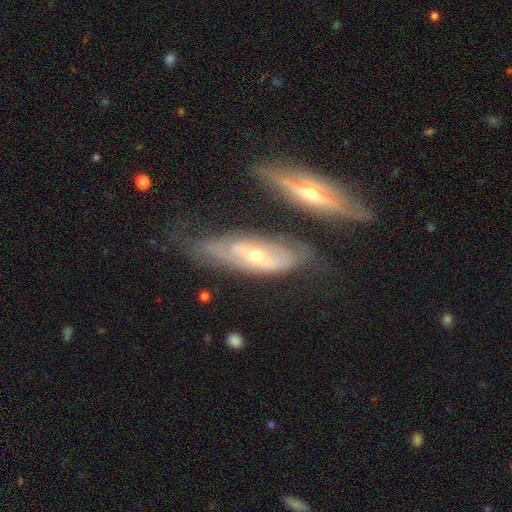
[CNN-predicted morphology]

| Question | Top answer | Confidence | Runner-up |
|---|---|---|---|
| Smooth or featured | featured or disk | 73% | smooth (21%) |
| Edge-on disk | no | 73% | yes (27%) |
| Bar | no | 71% | weak (21%) |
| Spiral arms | yes | 64% | no (36%) |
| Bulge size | moderate | 48% | tied: small (48%) |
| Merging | none | 51% | minor disturbance (25%) |